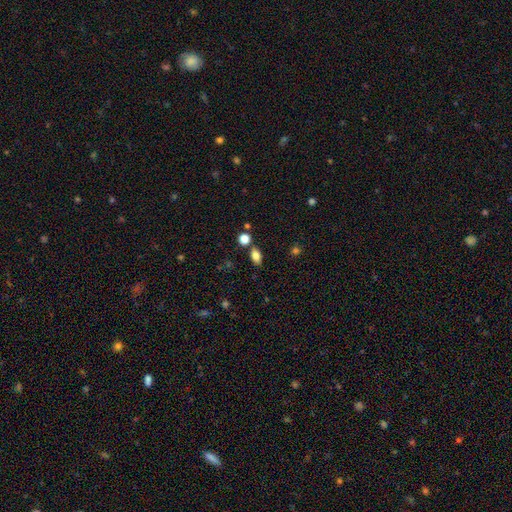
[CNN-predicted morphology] Smooth or featured?
  - smooth: 81% *
  - star or artifact: 11%
  - featured or disk: 7%
How rounded?
  - in between: 85% *
  - round: 11%
  - cigar-shaped: 3%
Merging?
  - none: 78% *
  - minor disturbance: 11%
  - merger: 8%
  - major disturbance: 3%